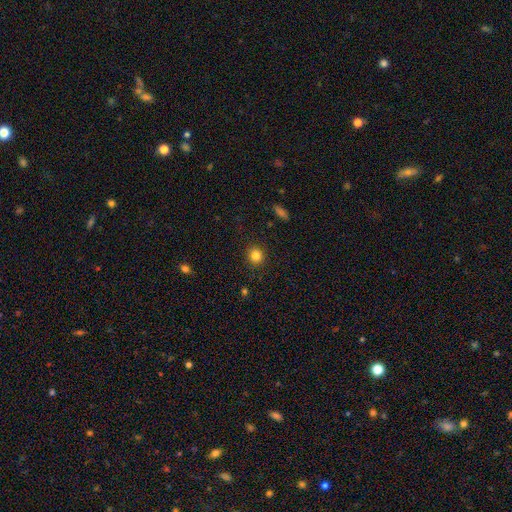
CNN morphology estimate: smooth_or_featured: smooth (p=0.83) [alt: star or artifact p=0.12]
how_rounded: round (p=0.89) [alt: in between p=0.10]
merging: none (p=0.91) [alt: minor disturbance p=0.06]